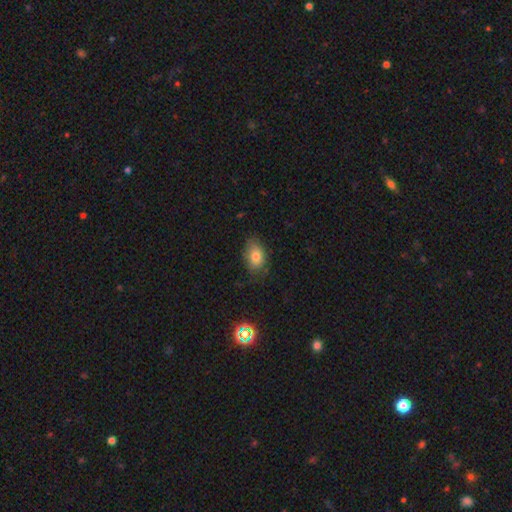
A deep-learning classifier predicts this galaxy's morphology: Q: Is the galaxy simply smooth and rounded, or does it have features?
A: smooth — 78%.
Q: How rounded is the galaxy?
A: in between — 83%.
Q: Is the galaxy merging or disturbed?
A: none — 72%.